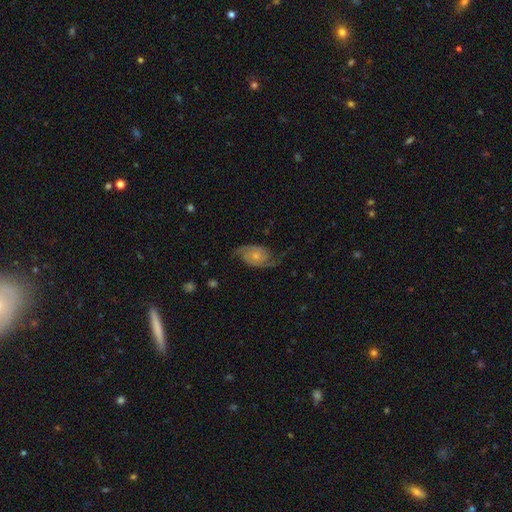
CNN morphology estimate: This is likely a featured or disk galaxy (77%). It is clearly not viewed edge-on (97%). Bar: likely no (69%). Spiral arm pattern: clearly yes (94%). Spiral arm count: clearly 2 (89%). Spiral winding: possibly medium (45%). Central bulge: possibly small (49%). Merging: likely none (68%).